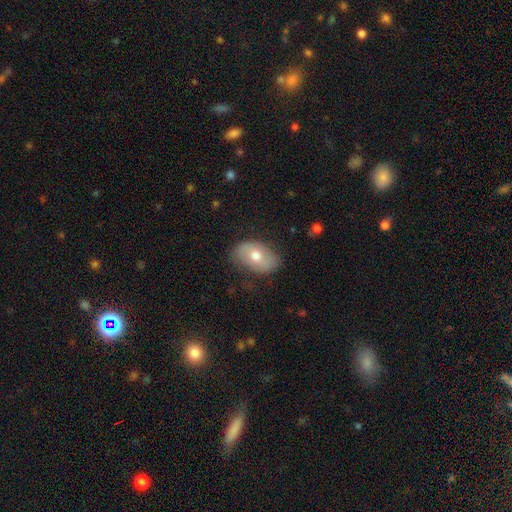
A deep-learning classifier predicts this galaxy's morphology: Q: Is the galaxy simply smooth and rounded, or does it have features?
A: smooth — 63%.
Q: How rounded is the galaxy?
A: in between — 88%.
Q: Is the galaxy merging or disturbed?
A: none — 78%.